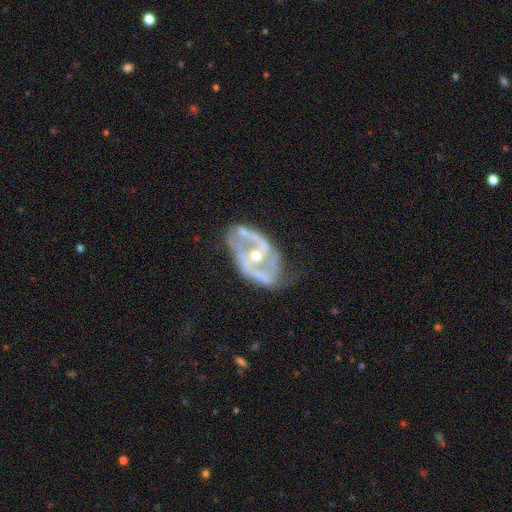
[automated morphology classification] smooth-or-featured: featured or disk: 86% | smooth: 9% | star or artifact: 5%
  disk-edge-on: no: 95% | yes: 5%
    bar: no: 48% | weak: 29% | strong: 23%
    has-spiral-arms: yes: 76% | no: 24%
      spiral-winding: medium: 45% | tight: 30% | loose: 25%
      spiral-arm-count: 2: 71% | can't tell: 15% | 3: 6% | 1: 4% | 4: 2% | more than 4: 2%
    bulge-size: moderate: 71% | small: 24% | large: 3% | none: 1% | dominant: 1%
  merging: none: 49% | minor disturbance: 28% | major disturbance: 19% | merger: 4%